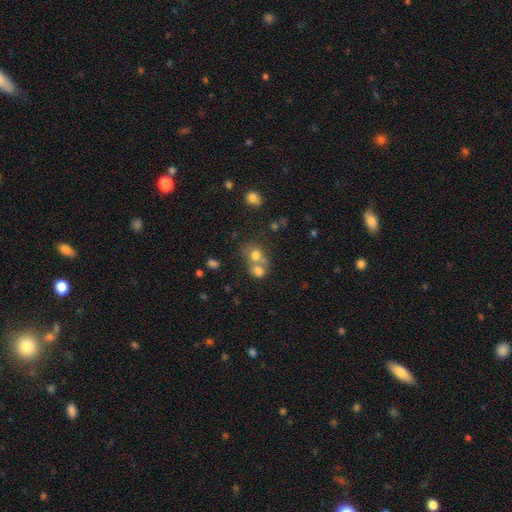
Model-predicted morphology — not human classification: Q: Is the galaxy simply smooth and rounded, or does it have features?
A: smooth — 72%.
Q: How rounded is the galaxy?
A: round — 69%.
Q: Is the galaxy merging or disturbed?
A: merger — 52%.